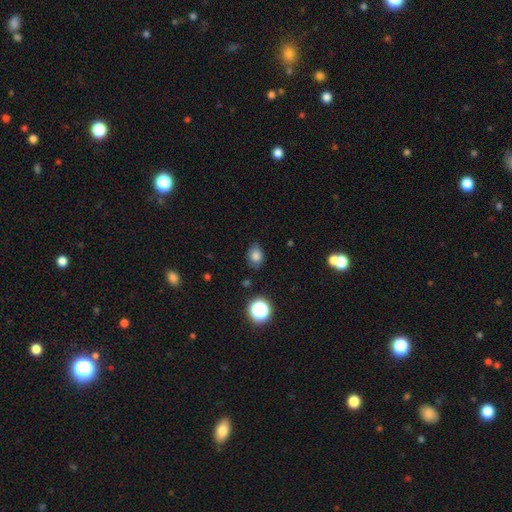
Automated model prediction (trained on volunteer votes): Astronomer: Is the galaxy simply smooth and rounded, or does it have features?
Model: smooth — 79%.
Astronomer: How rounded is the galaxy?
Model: in between — 65%.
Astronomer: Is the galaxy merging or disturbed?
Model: none — 77%.